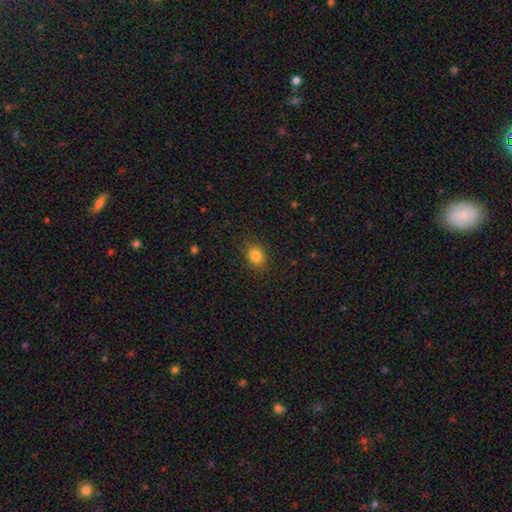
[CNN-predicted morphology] smooth_or_featured: smooth (p=0.84) [alt: star or artifact p=0.11]
how_rounded: in between (p=0.55) [alt: round p=0.44]
merging: none (p=0.87) [alt: minor disturbance p=0.09]